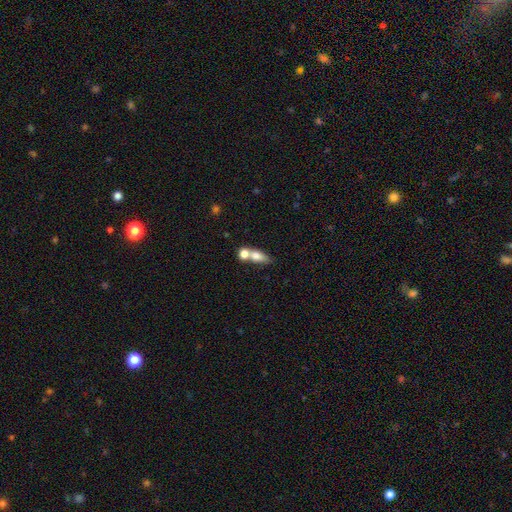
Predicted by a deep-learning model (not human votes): Q: Smooth or featured?
A: smooth (72%); runner-up: featured or disk (19%)
Q: How rounded?
A: in between (64%); runner-up: round (20%)
Q: Merging?
A: merger (55%); runner-up: none (30%)